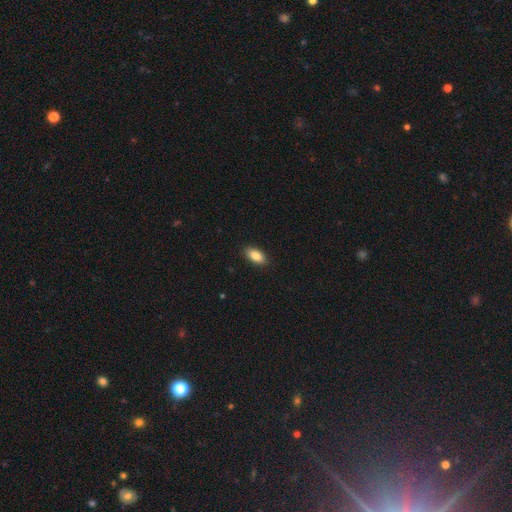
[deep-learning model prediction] Q: Smooth or featured?
A: smooth (87%); runner-up: star or artifact (7%)
Q: How rounded?
A: in between (91%); runner-up: cigar-shaped (6%)
Q: Merging?
A: none (89%); runner-up: minor disturbance (8%)